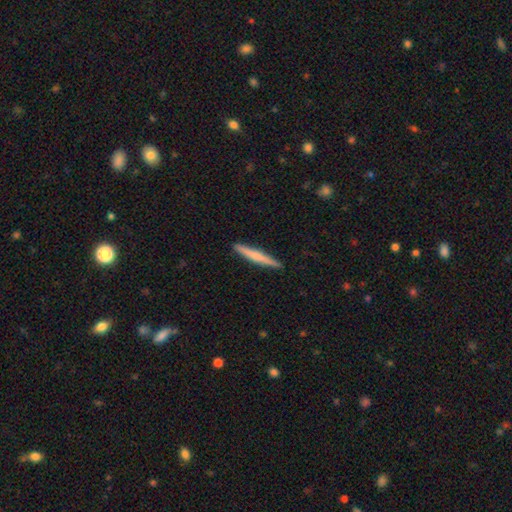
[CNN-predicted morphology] A smooth galaxy with no disk features (59%) that is cigar-shaped (96%).

Vote fractions:
- Smooth or featured? smooth: 59% / featured or disk: 36% / star or artifact: 5%
- How rounded? cigar-shaped: 96% / in between: 3% / round: 1%
- Merging? none: 91% / minor disturbance: 7% / major disturbance: 1% / merger: 1%